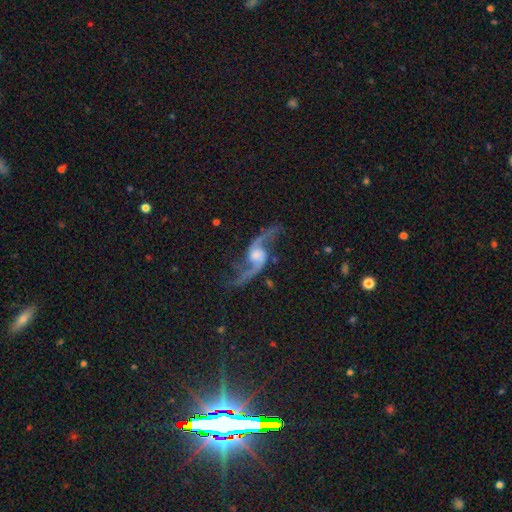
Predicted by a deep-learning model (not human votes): smooth-or-featured: featured or disk: 90% | star or artifact: 6% | smooth: 4%
  disk-edge-on: no: 95% | yes: 5%
    bar: no: 53% | weak: 35% | strong: 11%
    has-spiral-arms: yes: 97% | no: 3%
      spiral-winding: loose: 86% | medium: 12% | tight: 2%
      spiral-arm-count: 2: 94% | 1: 1% | can't tell: 1% | 3: 1% | 4: 1% | more than 4: 1%
    bulge-size: moderate: 37% | small: 31% | large: 15% | none: 14% | dominant: 3%
  merging: none: 75% | minor disturbance: 13% | major disturbance: 9% | merger: 3%